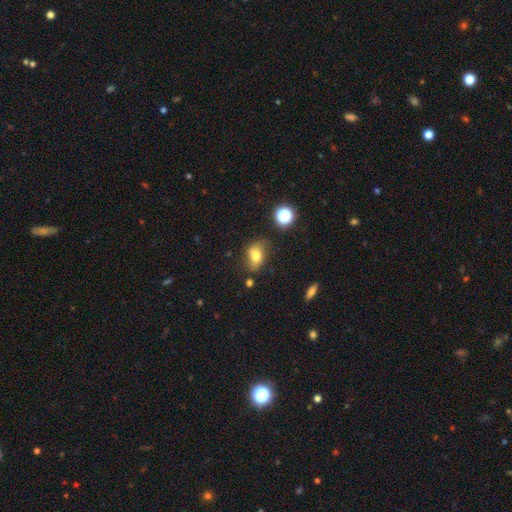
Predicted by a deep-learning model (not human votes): smooth 70%, featured or disk 18%, star or artifact 12%. Down the decision tree: how rounded — in between (77%); merging — none (64%).